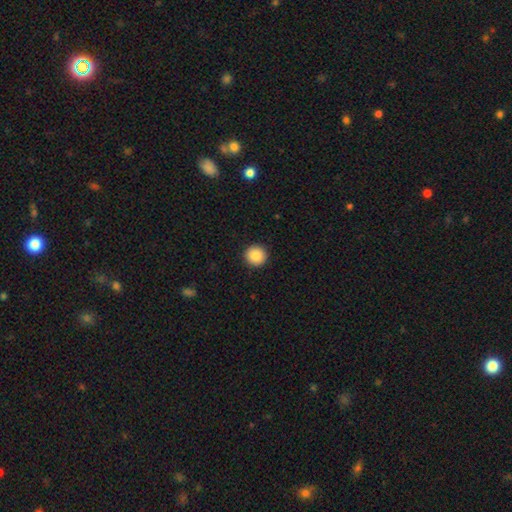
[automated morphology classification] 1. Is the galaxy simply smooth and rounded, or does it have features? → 88% smooth, 8% star or artifact, 4% featured or disk.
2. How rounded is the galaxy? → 95% round, 4% in between, 1% cigar-shaped.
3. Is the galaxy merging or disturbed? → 93% none, 5% minor disturbance, 2% major disturbance, 1% merger.